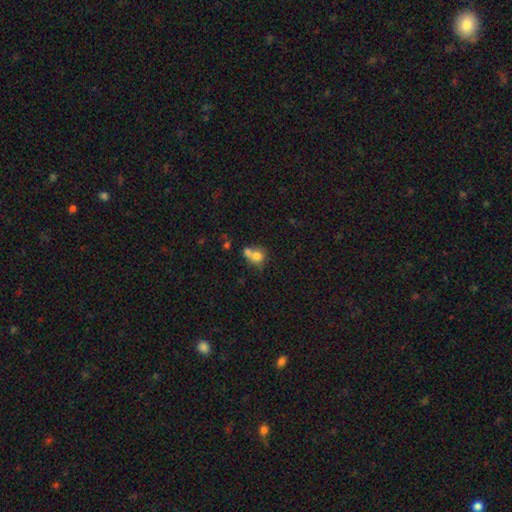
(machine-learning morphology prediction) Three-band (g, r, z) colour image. It shows a smooth galaxy with no disk features (74%) that is round (71%). Merging: merger (56%).